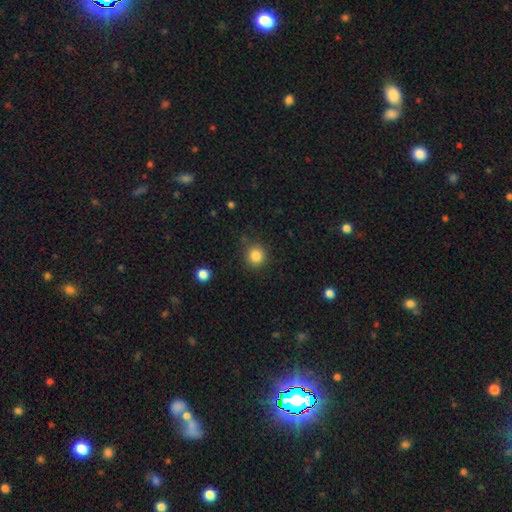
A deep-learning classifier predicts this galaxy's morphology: Smooth or featured? Predicted: smooth (p=0.85). How rounded? Predicted: round (p=0.92). Merging? Predicted: none (p=0.88).